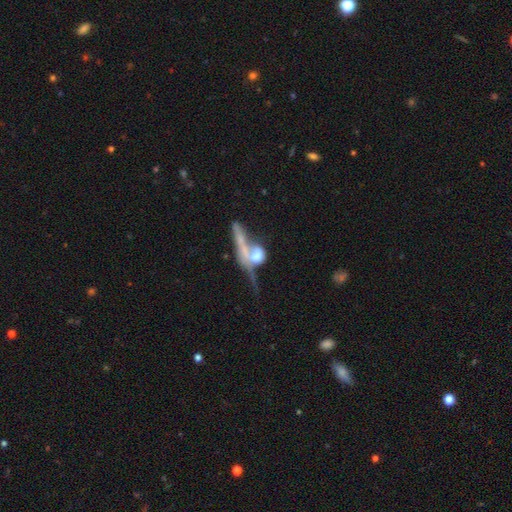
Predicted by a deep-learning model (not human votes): Smooth or featured? Predicted: smooth (p=0.46). Merging? Predicted: merger (p=0.52).